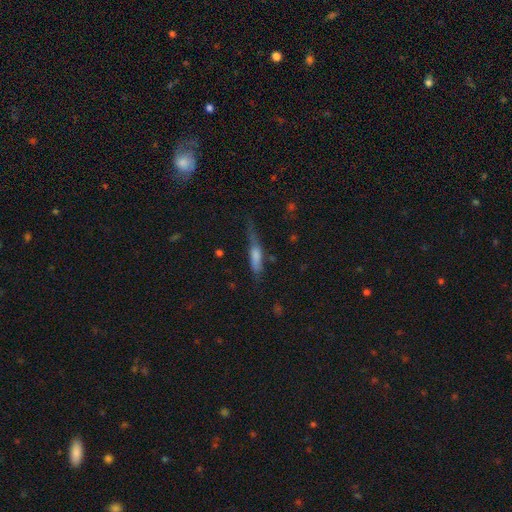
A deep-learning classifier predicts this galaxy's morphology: type=smooth (54%); roundness=cigar-shaped (77%); merging=none (50%).